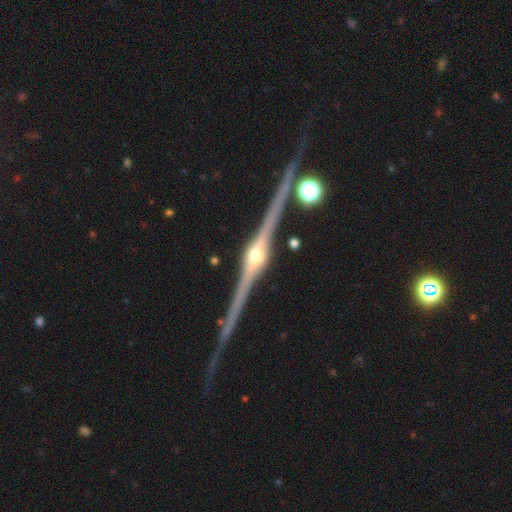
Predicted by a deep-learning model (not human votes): featured or disk 92%, star or artifact 4%, smooth 4%. Down the decision tree: edge-on disk — yes (98%); edge-on bulge — rounded (95%); merging — none (89%).